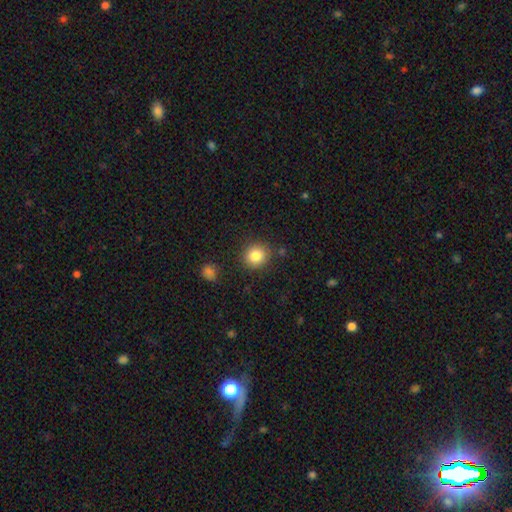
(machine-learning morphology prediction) The model was most divided on "smooth or featured": smooth: 84%, star or artifact: 10%, featured or disk: 6%. More confident: how rounded — round (87%); merging — none (86%).